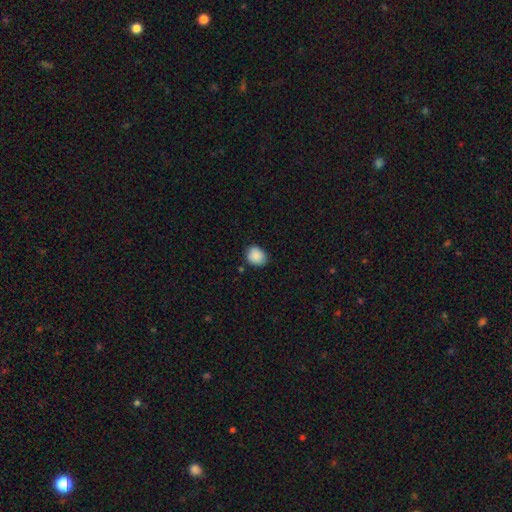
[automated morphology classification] Overall: smooth (89%). How rounded: round (53%; in between 46%). Merging: none (80%).